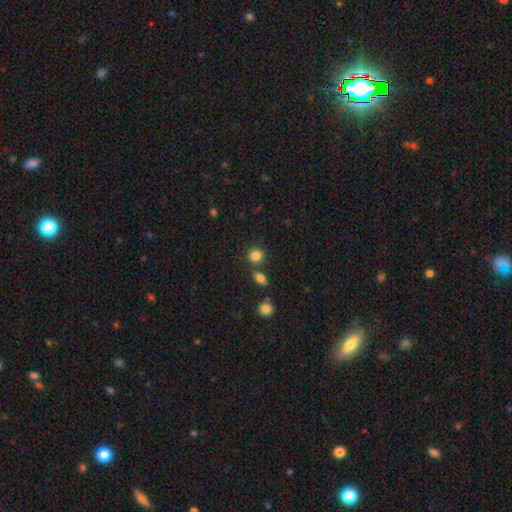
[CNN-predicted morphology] Smooth or featured?
  - smooth: 84% *
  - star or artifact: 11%
  - featured or disk: 5%
How rounded?
  - round: 83% *
  - in between: 16%
  - cigar-shaped: 1%
Merging?
  - none: 74% *
  - merger: 15%
  - minor disturbance: 9%
  - major disturbance: 3%